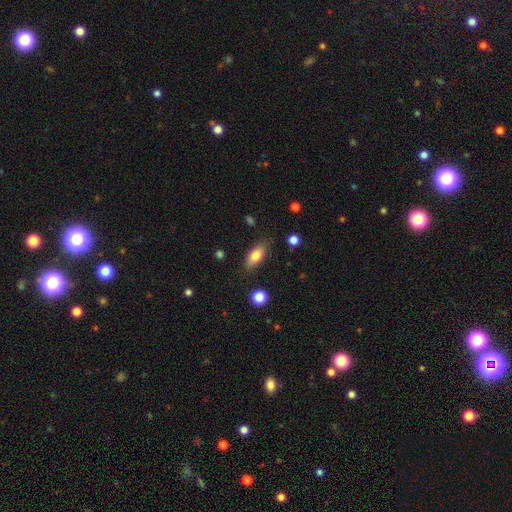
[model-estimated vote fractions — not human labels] Smooth or featured?
  - smooth: 76% *
  - featured or disk: 16%
  - star or artifact: 7%
How rounded?
  - in between: 80% *
  - cigar-shaped: 16%
  - round: 4%
Merging?
  - none: 82% *
  - minor disturbance: 13%
  - major disturbance: 3%
  - merger: 2%